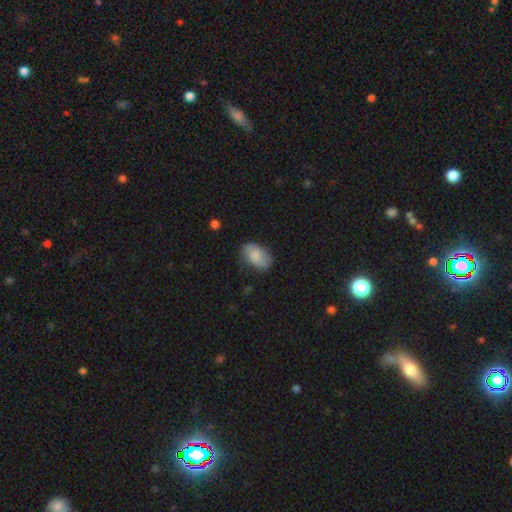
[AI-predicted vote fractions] A smooth galaxy with no disk features (63%) that is in between round and cigar-shaped (89%). Merging: none (69%).